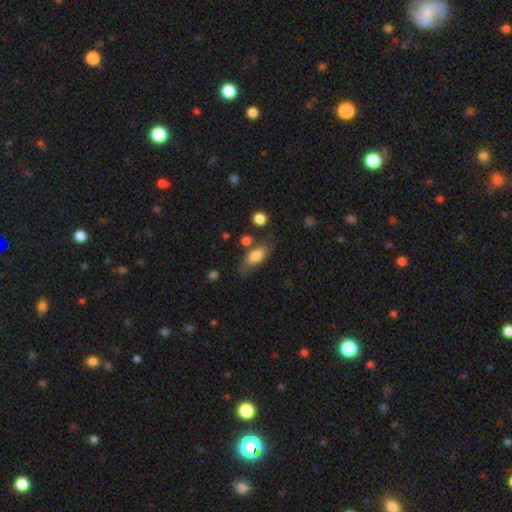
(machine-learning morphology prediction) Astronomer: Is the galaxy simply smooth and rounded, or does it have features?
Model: smooth — 72%.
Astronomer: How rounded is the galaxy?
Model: in between — 82%.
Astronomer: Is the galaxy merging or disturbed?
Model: none — 62%.